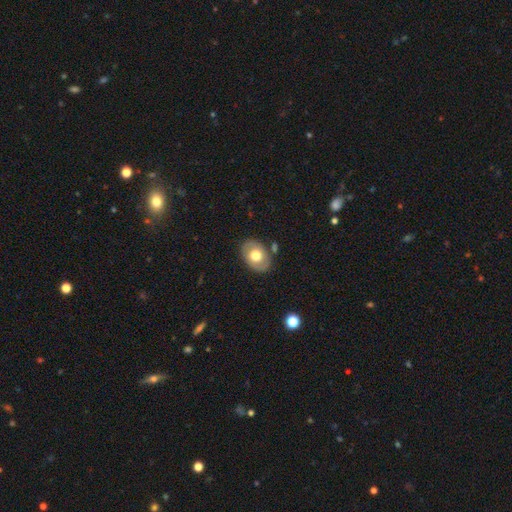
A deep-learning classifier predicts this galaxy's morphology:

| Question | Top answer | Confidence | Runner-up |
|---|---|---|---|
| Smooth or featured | smooth | 55% | featured or disk (39%) |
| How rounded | in between | 73% | round (26%) |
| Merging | none | 79% | minor disturbance (13%) |